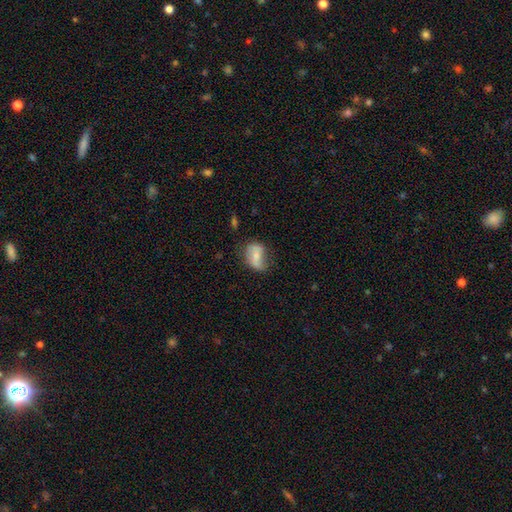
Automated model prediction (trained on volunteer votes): Overall: smooth (56%; featured or disk 36%). How rounded: in between (81%). Merging: none (47%; minor disturbance 33%).